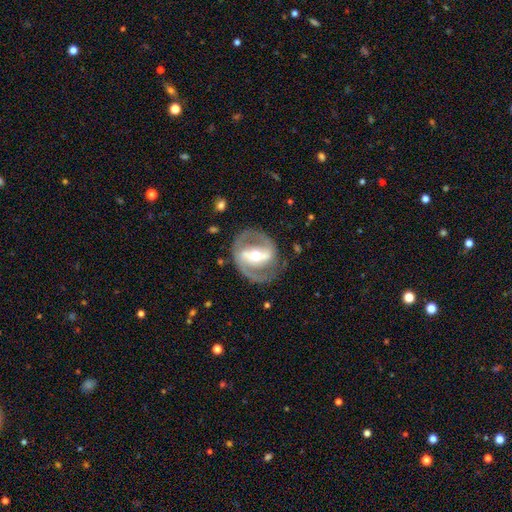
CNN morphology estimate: Overall: featured or disk (86%). Edge-on disk: no (96%). Bar: strong (60%; weak 25%). Spiral arms: yes (83%). Spiral arm count: 2 (87%). Spiral winding: medium (51%; tight 32%). Bulge size: moderate (67%). Merging: none (79%).